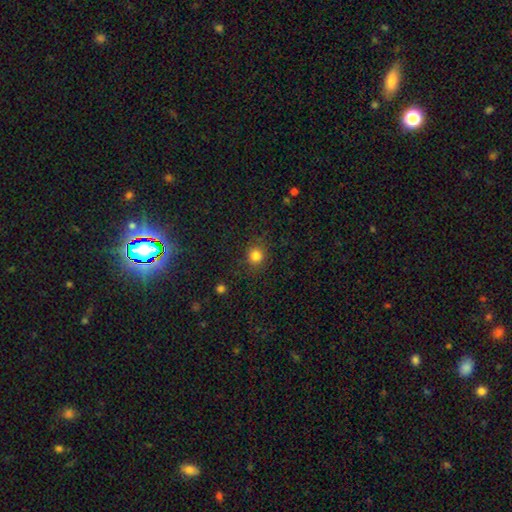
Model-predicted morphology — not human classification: This appears to be a smooth galaxy with no disk features (82%) that is round (87%). Merging: none (85%).